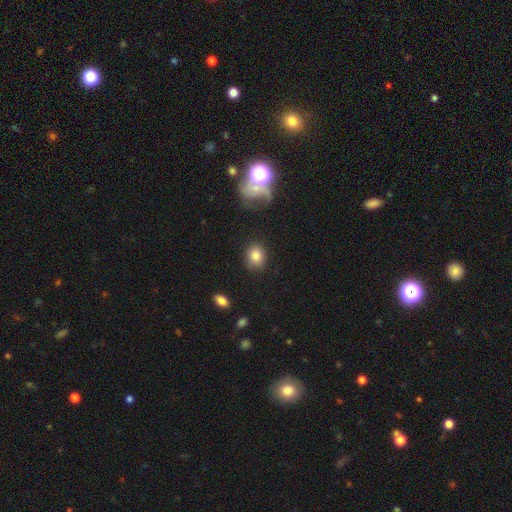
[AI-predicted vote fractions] This appears to be a smooth galaxy with no disk features (82%) that is round (68%). Merging: none (83%).